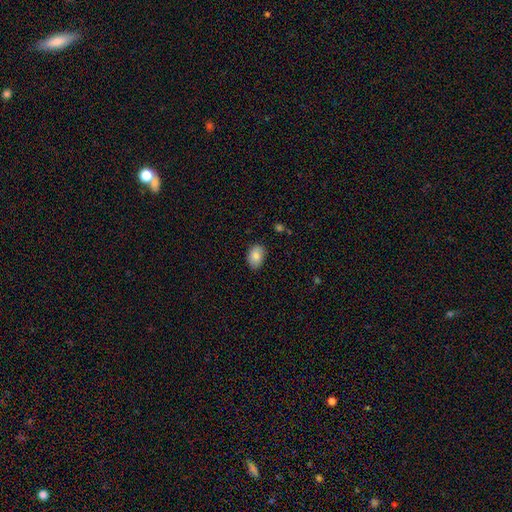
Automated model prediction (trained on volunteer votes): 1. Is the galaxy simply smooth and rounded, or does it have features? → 84% smooth, 9% featured or disk, 7% star or artifact.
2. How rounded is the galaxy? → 82% in between, 17% round, 1% cigar-shaped.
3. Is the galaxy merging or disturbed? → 82% none, 14% minor disturbance, 2% major disturbance, 1% merger.